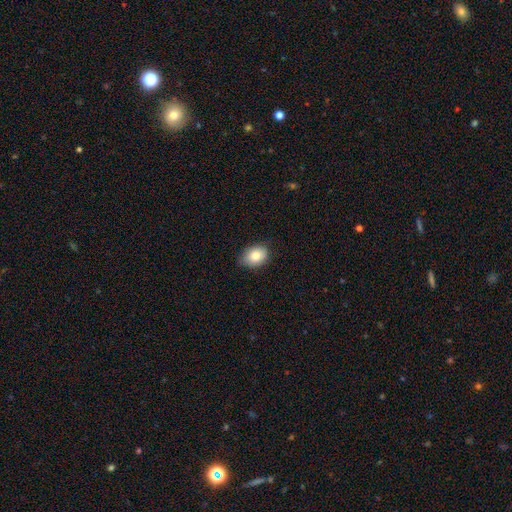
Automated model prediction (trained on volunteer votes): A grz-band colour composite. It shows a smooth galaxy with no disk features (82%) that is in between round and cigar-shaped (74%). Merging: none (80%).